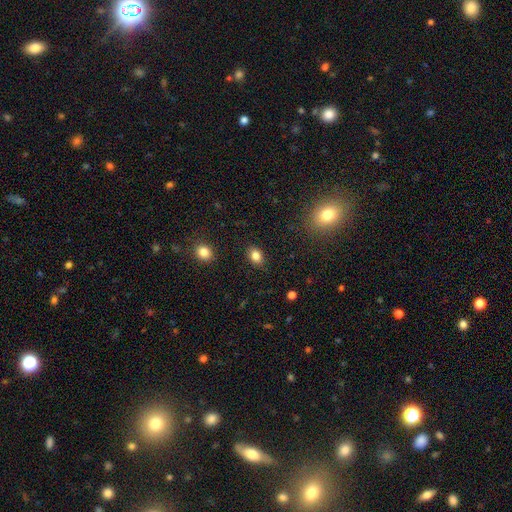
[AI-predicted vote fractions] smooth_or_featured: smooth (p=0.83) [alt: star or artifact p=0.10]
how_rounded: in between (p=0.72) [alt: round p=0.27]
merging: none (p=0.88) [alt: minor disturbance p=0.09]